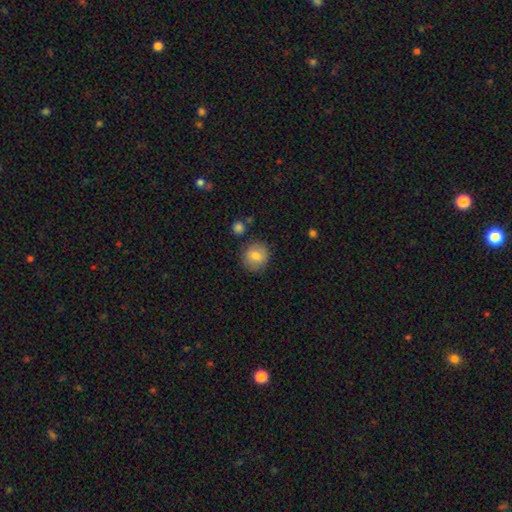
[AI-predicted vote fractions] Smooth or featured? Predicted: smooth (p=0.80). How rounded? Predicted: round (p=0.85). Merging? Predicted: none (p=0.83).